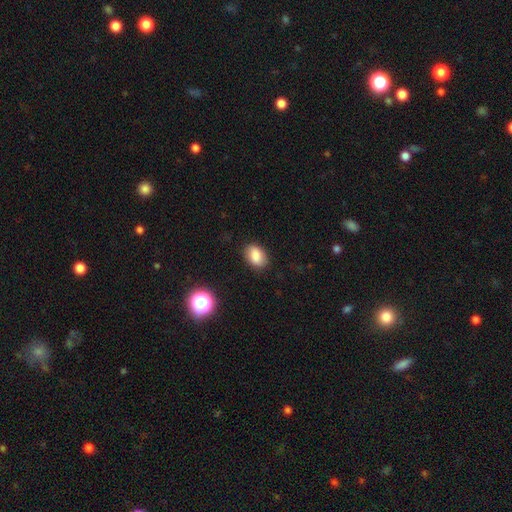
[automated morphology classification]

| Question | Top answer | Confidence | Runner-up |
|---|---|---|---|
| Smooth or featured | smooth | 84% | star or artifact (10%) |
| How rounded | in between | 83% | round (16%) |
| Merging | none | 84% | minor disturbance (12%) |